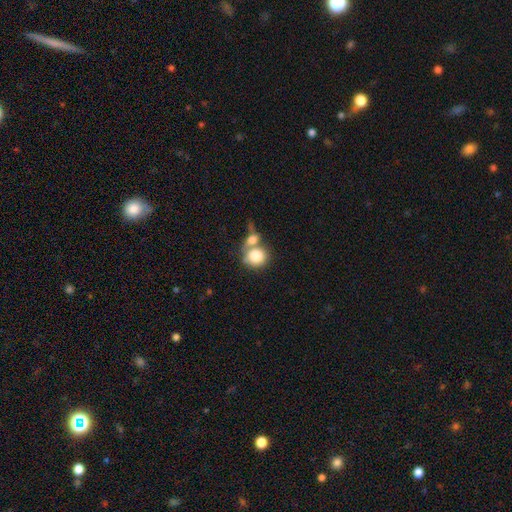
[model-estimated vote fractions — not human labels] Smooth or featured? Predicted: smooth (p=0.80). How rounded? Predicted: round (p=0.75). Merging? Predicted: merger (p=0.50).